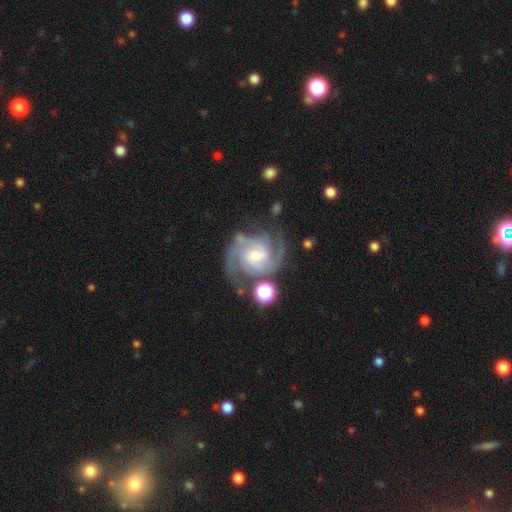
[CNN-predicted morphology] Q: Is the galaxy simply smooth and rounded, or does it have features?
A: featured or disk — 91%.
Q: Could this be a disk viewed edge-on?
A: no — 98%.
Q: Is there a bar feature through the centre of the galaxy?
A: no — 48%.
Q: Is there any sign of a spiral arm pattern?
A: yes — 98%.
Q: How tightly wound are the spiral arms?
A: tight — 49%.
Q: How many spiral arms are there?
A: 2 — 44%.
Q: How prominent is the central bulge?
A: small — 45%, tied with moderate.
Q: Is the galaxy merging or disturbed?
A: none — 67%.